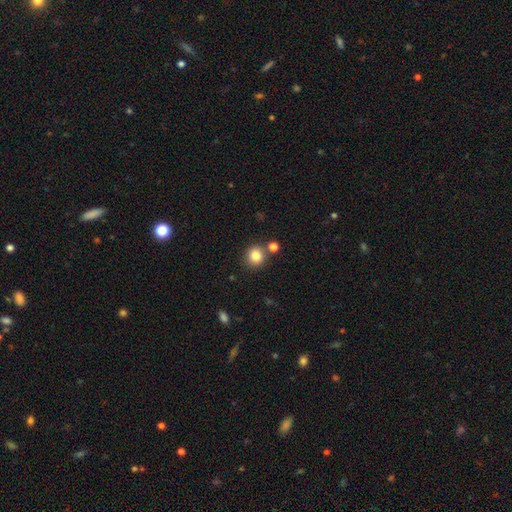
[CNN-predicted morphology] Overall: smooth (83%). How rounded: round (86%). Merging: none (76%).